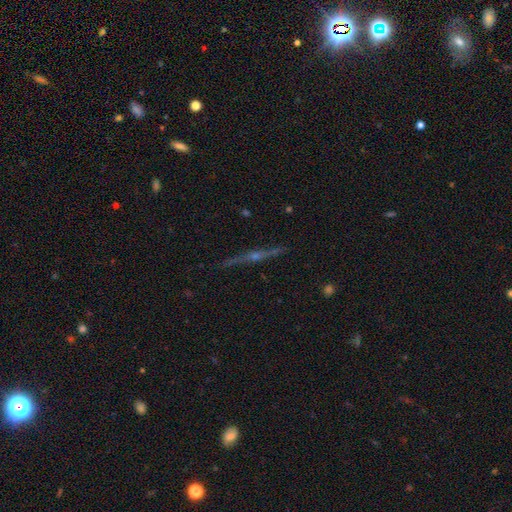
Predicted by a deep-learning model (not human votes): Smooth or featured: featured or disk — 84% (star or artifact — 8%)
Edge-on disk: yes — 98% (no — 2%)
Edge-on bulge: rounded — 91% (none — 5%)
Merging: none — 90% (minor disturbance — 7%)